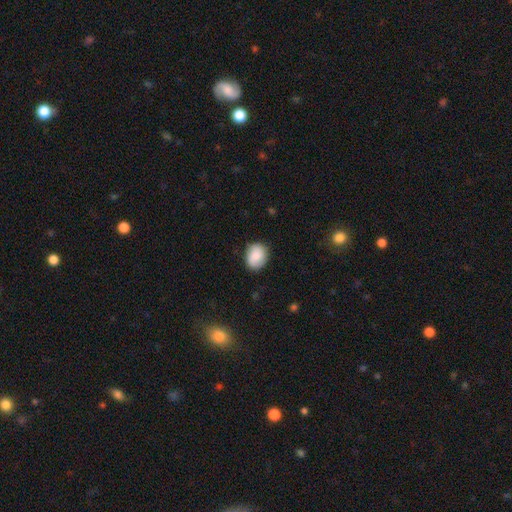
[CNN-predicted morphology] smooth_or_featured: smooth (p=0.84) [alt: featured or disk p=0.09]
how_rounded: round (p=0.51) [alt: in between p=0.48]
merging: none (p=0.83) [alt: minor disturbance p=0.13]